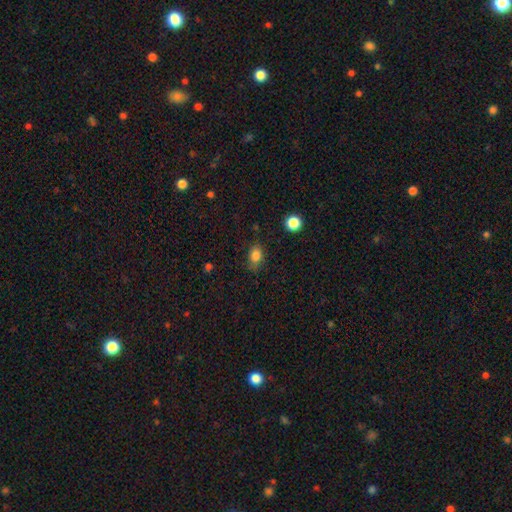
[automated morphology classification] Smooth or featured? smooth (83%)
How rounded? in between (65%)
Merging? none (74%)